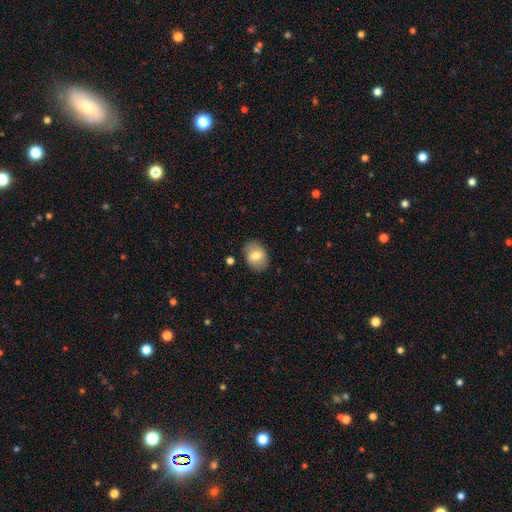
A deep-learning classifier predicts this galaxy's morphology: type=smooth (71%); roundness=in between (72%); merging=none (84%).